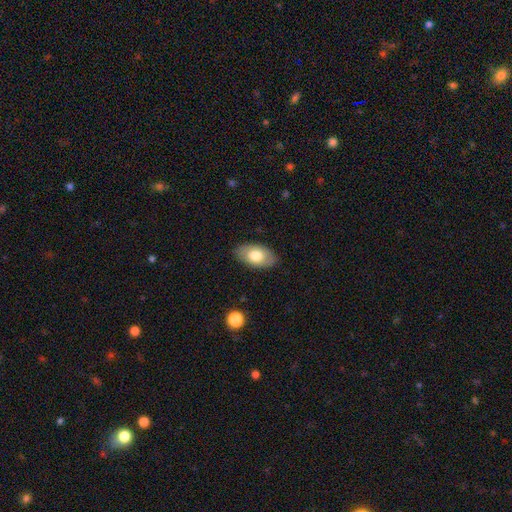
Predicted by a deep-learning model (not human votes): Smooth or featured: smooth — 73% (featured or disk — 21%)
How rounded: in between — 94% (round — 5%)
Merging: none — 85% (minor disturbance — 11%)